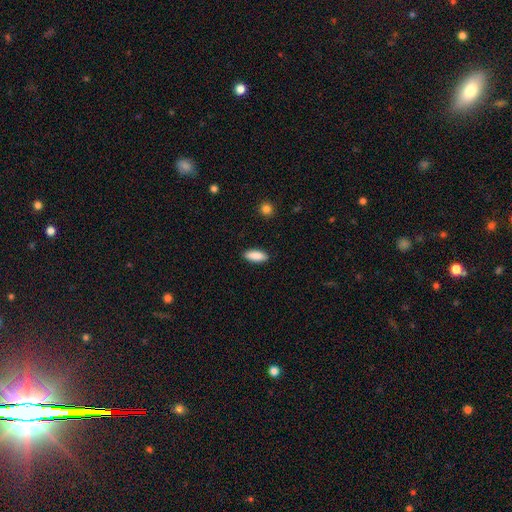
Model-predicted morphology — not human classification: Q: Smooth or featured?
A: smooth (89%); runner-up: star or artifact (6%)
Q: How rounded?
A: in between (74%); runner-up: cigar-shaped (24%)
Q: Merging?
A: none (89%); runner-up: minor disturbance (8%)